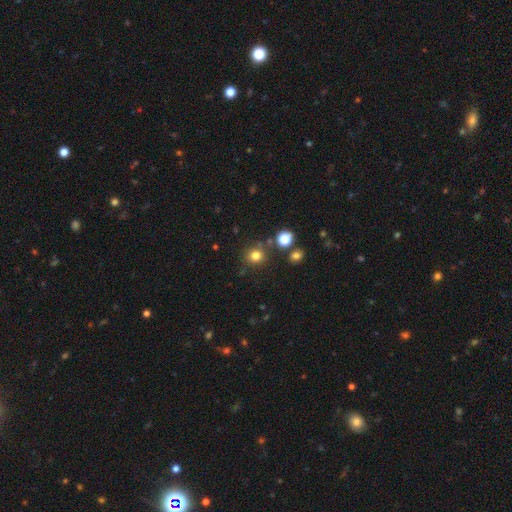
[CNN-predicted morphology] smooth_or_featured: smooth (p=0.78) [alt: star or artifact p=0.16]
how_rounded: round (p=0.89) [alt: in between p=0.10]
merging: none (p=0.80) [alt: minor disturbance p=0.09]